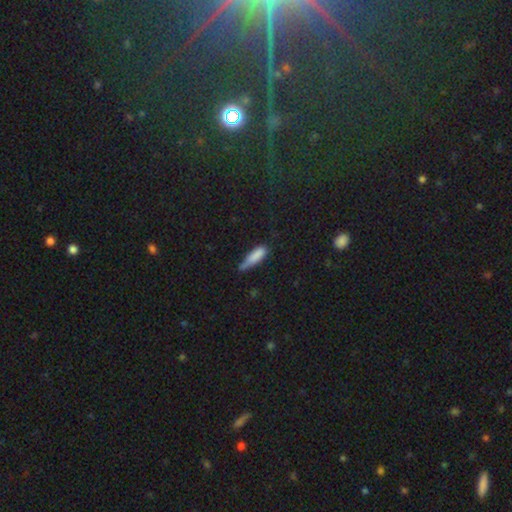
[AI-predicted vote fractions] smooth 82%, featured or disk 10%, star or artifact 8%. Down the decision tree: how rounded — cigar-shaped (62%); merging — none (43%).